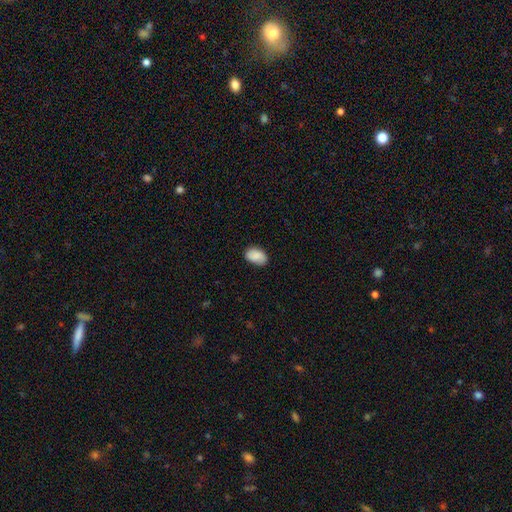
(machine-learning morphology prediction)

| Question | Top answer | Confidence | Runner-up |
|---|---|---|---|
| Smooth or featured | smooth | 87% | star or artifact (7%) |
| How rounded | in between | 89% | round (10%) |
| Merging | none | 80% | minor disturbance (16%) |